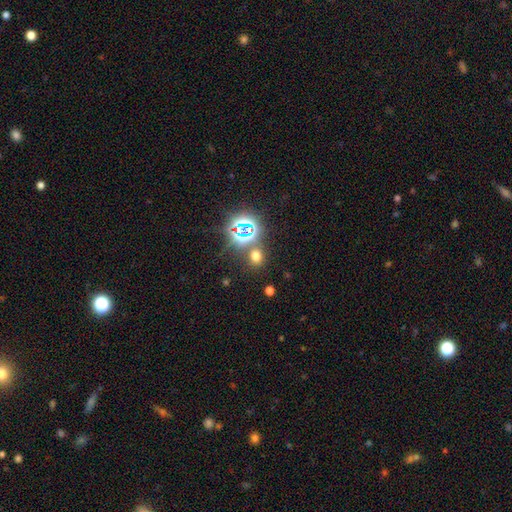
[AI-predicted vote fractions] Smooth or featured: smooth — 56% (star or artifact — 37%)
How rounded: round — 67% (in between — 32%)
Merging: none — 78% (merger — 10%)